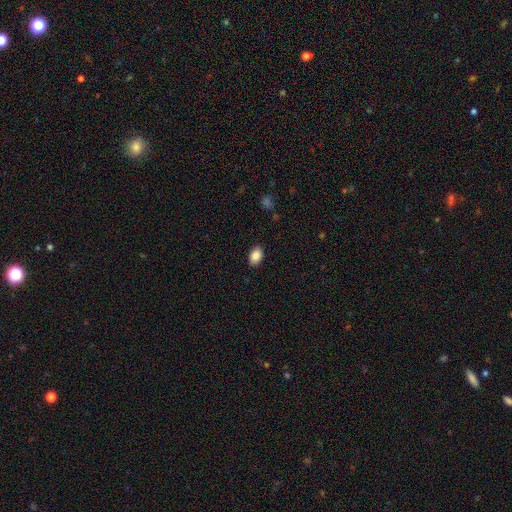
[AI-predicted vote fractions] smooth-or-featured: smooth: 89% | star or artifact: 8% | featured or disk: 4%
  how-rounded: in between: 87% | round: 11% | cigar-shaped: 1%
  merging: none: 88% | minor disturbance: 9% | major disturbance: 2% | merger: 1%